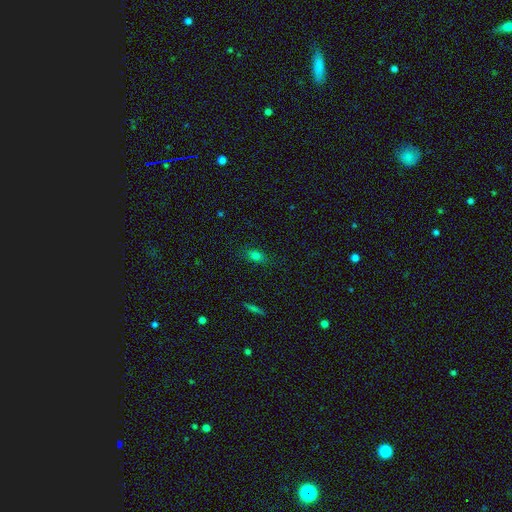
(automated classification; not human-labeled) Q: Smooth or featured?
A: smooth (74%); runner-up: star or artifact (16%)
Q: How rounded?
A: in between (74%); runner-up: round (18%)
Q: Merging?
A: none (80%); runner-up: minor disturbance (14%)